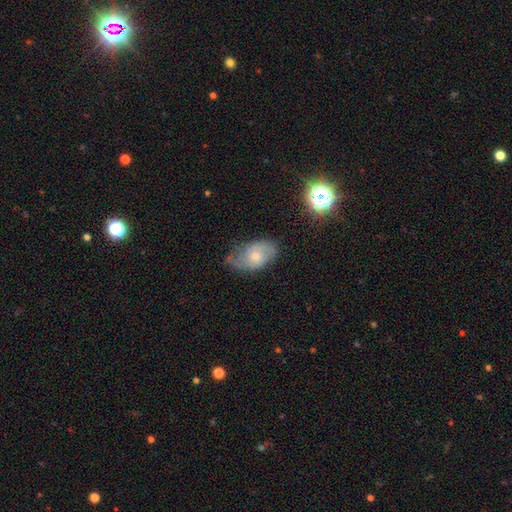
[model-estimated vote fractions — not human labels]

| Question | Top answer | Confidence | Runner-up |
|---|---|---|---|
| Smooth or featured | featured or disk | 49% | smooth (42%) |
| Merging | none | 53% | minor disturbance (32%) |